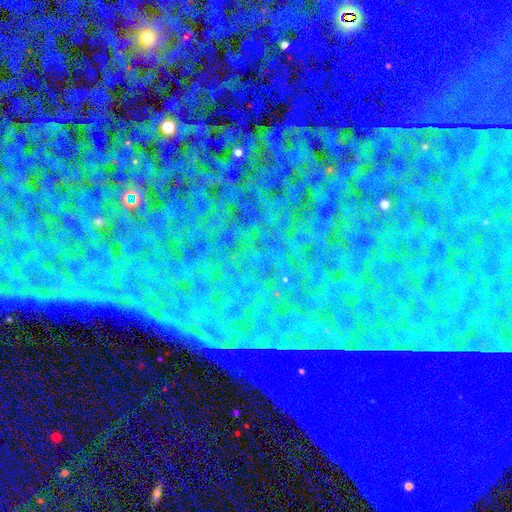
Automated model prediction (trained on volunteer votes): Smooth or featured: star or artifact — 85% (featured or disk — 8%)